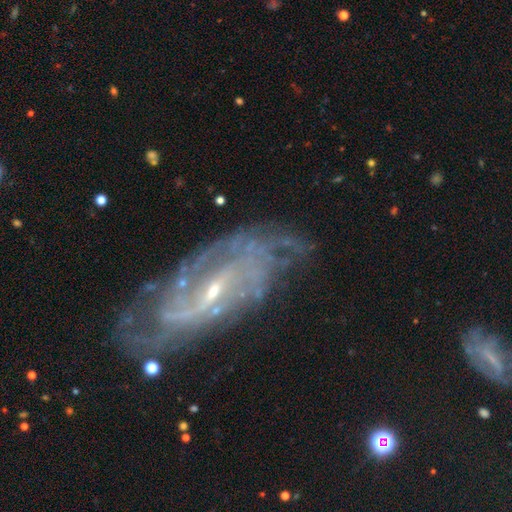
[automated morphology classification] This appears to be a featured or disk galaxy (86%) with a weak bar (46%), tight (42%) spiral arms (92%) and a small central bulge (79%). Merging: none (64%).